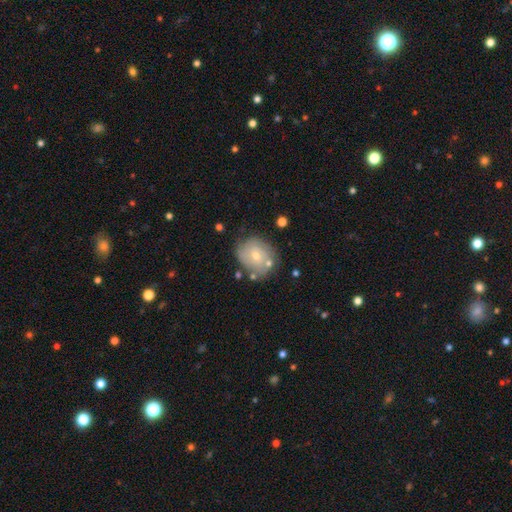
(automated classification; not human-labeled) Smooth or featured?
  - smooth: 49% *
  - featured or disk: 42%
  - star or artifact: 8%
Merging?
  - none: 64% *
  - minor disturbance: 22%
  - merger: 8%
  - major disturbance: 7%